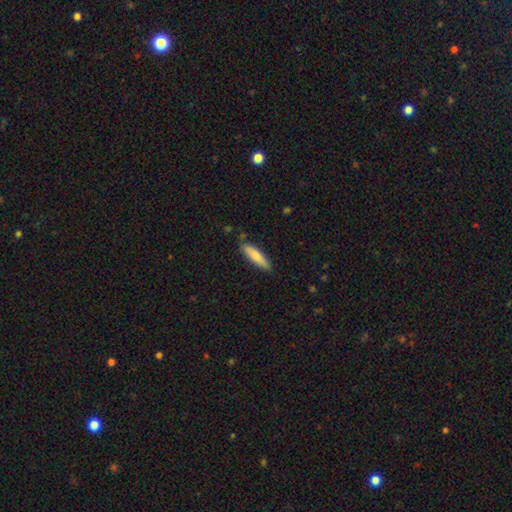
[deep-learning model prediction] smooth_or_featured: smooth (p=0.75) [alt: featured or disk p=0.20]
how_rounded: cigar-shaped (p=0.67) [alt: in between p=0.31]
merging: none (p=0.82) [alt: minor disturbance p=0.14]